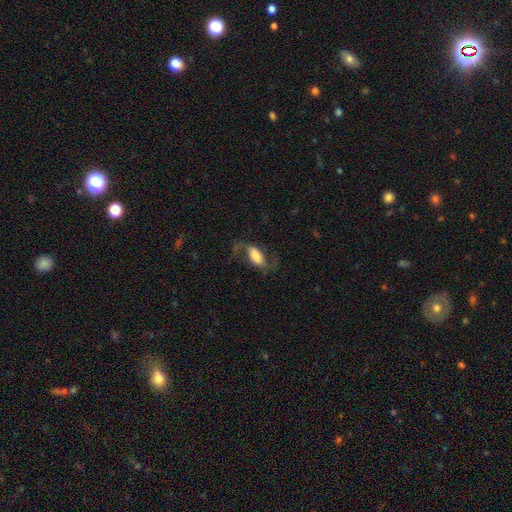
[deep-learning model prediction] Smooth or featured?
  - featured or disk: 63% *
  - smooth: 29%
  - star or artifact: 8%
Edge-on disk?
  - no: 92% *
  - yes: 8%
Bar?
  - no: 36% *
  - weak: 35%
  - strong: 29%
Spiral arms?
  - yes: 91% *
  - no: 9%
Spiral winding?
  - loose: 76% *
  - medium: 19%
  - tight: 4%
Spiral arm count?
  - 2: 91% *
  - 1: 3%
  - can't tell: 2%
  - 3: 1%
  - 4: 1%
  - more than 4: 1%
Bulge size?
  - large: 37% *
  - moderate: 20%
  - dominant: 17%
  - small: 14%
  - none: 12%
Merging?
  - none: 63% *
  - major disturbance: 18%
  - minor disturbance: 16%
  - merger: 2%